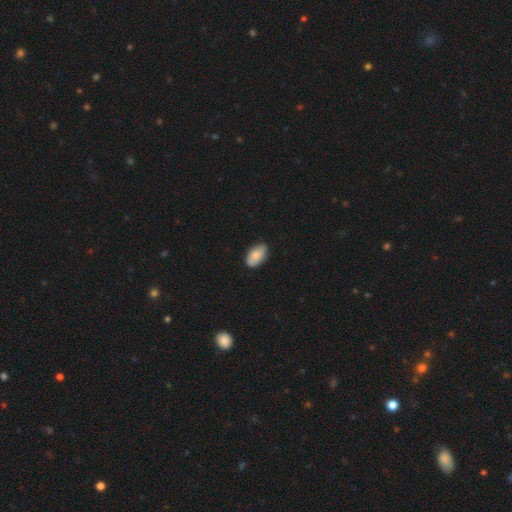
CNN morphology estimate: smooth-or-featured: smooth: 80% | featured or disk: 14% | star or artifact: 6%
  how-rounded: in between: 94% | round: 5% | cigar-shaped: 2%
  merging: none: 80% | minor disturbance: 16% | major disturbance: 2% | merger: 1%